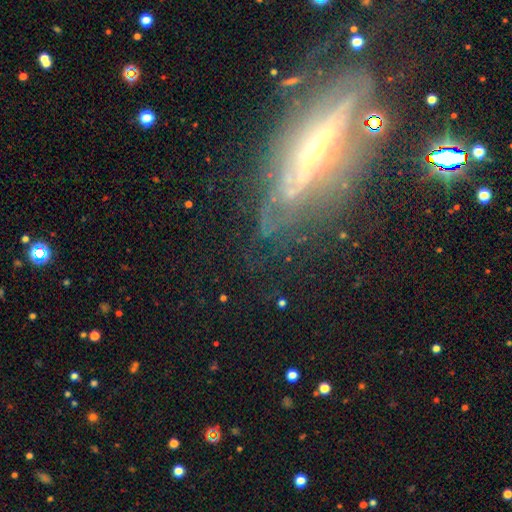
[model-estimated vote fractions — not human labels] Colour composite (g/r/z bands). It shows a featured or disk galaxy (74%) viewed edge-on (70%) with a rounded central bulge (74%). Merging: none (69%).